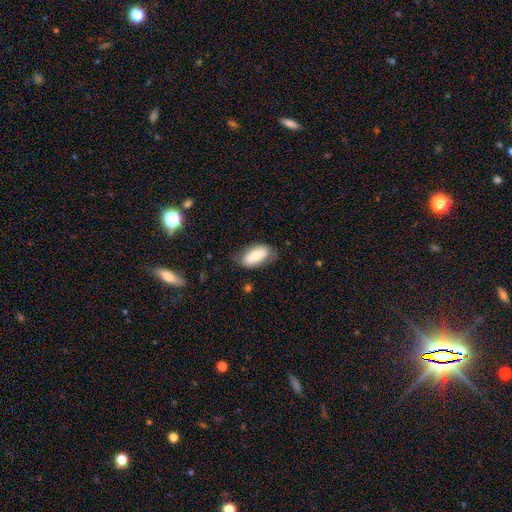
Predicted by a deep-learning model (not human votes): Smooth or featured? Predicted: smooth (p=0.70). How rounded? Predicted: in between (p=0.91). Merging? Predicted: none (p=0.68).